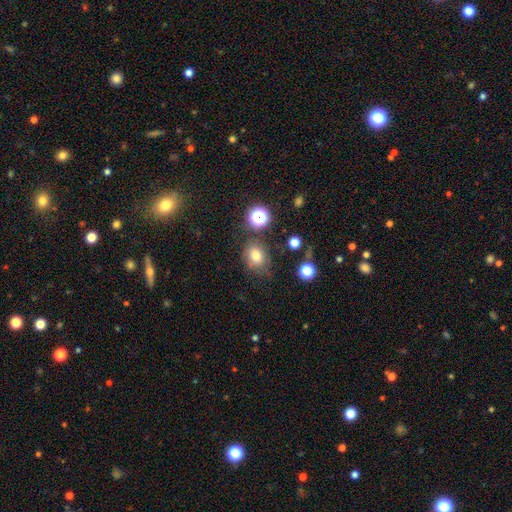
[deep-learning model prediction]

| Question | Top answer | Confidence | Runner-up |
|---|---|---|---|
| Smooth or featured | smooth | 75% | star or artifact (15%) |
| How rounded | in between | 51% | round (48%) |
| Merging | none | 66% | minor disturbance (21%) |